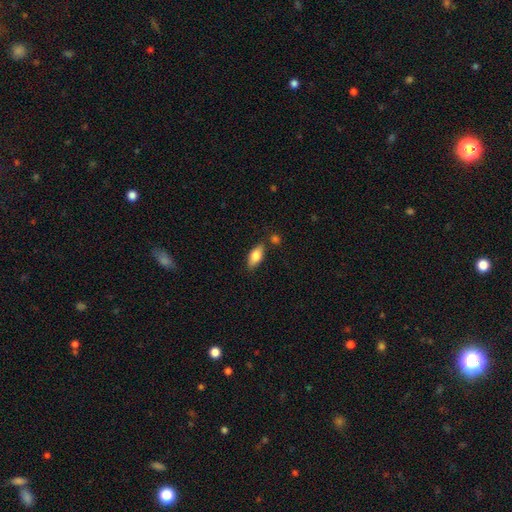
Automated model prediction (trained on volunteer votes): This appears to be a smooth galaxy with no disk features (77%) that is in between round and cigar-shaped (86%). Merging: none (77%).